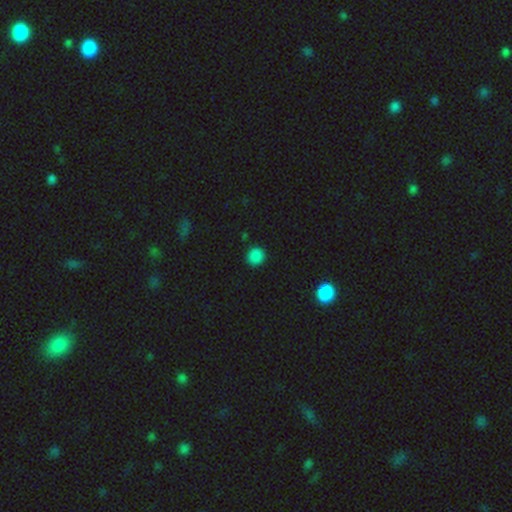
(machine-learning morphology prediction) The model was most divided on "smooth or featured": smooth: 85%, star or artifact: 12%, featured or disk: 3%. More confident: merging — none (90%); how rounded — round (88%).